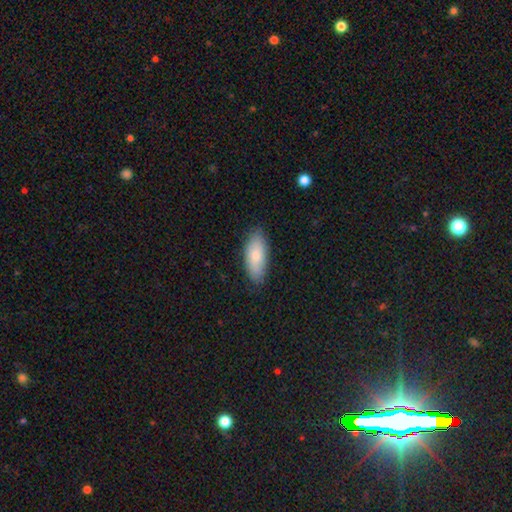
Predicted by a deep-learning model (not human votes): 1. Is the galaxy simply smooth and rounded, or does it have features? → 80% smooth, 14% featured or disk, 6% star or artifact.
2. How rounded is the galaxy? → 82% in between, 16% cigar-shaped, 2% round.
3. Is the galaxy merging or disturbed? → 84% none, 13% minor disturbance, 2% major disturbance, 1% merger.